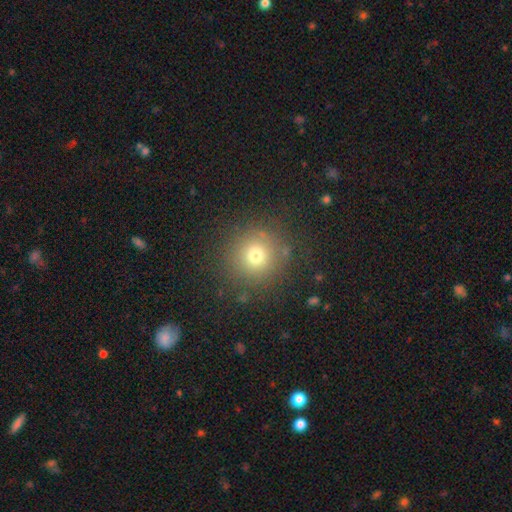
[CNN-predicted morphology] smooth 72%, star or artifact 17%, featured or disk 11%. Down the decision tree: how rounded — round (94%); merging — none (85%).